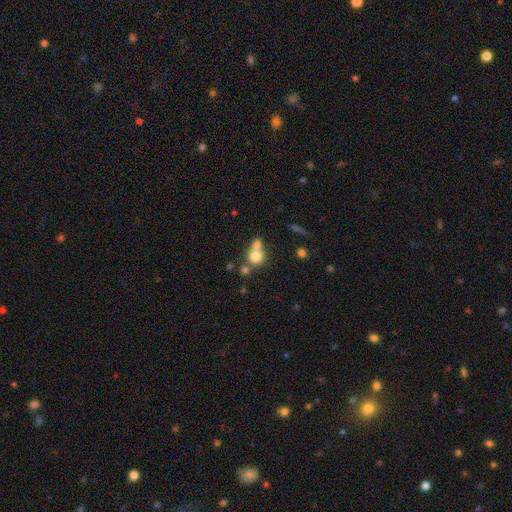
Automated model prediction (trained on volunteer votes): Q: Smooth or featured?
A: smooth (74%); runner-up: featured or disk (14%)
Q: How rounded?
A: round (82%); runner-up: in between (16%)
Q: Merging?
A: merger (50%); runner-up: none (38%)